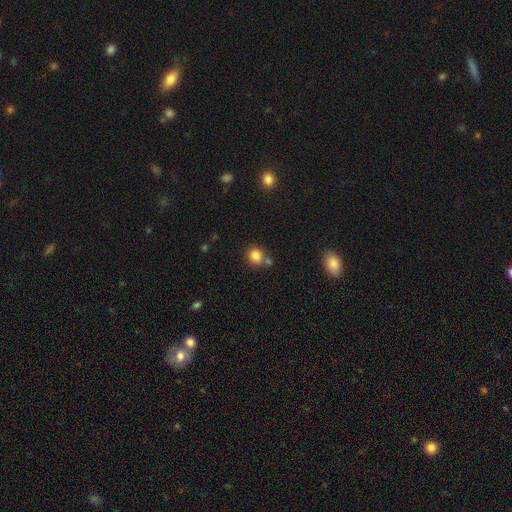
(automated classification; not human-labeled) Smooth or featured: smooth — 83% (star or artifact — 10%)
How rounded: round — 84% (in between — 15%)
Merging: none — 60% (merger — 25%)